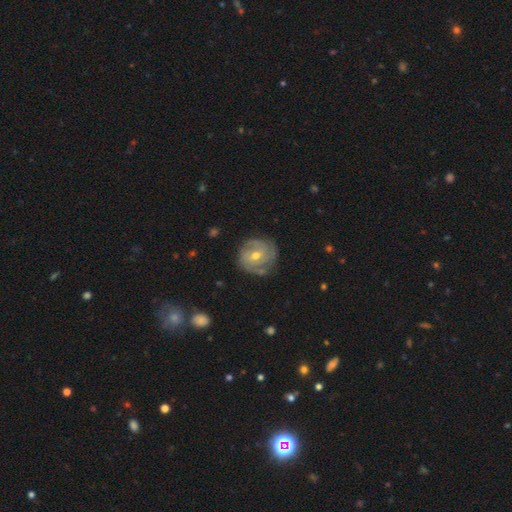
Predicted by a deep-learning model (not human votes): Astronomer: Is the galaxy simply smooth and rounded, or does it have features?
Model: featured or disk — 81%.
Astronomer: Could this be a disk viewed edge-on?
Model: no — 98%.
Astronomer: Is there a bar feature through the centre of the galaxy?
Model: no — 47% (runner-up: weak, 42%).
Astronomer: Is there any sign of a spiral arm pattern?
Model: yes — 93%.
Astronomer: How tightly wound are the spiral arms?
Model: tight — 65%.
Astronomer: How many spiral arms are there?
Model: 3 — 31% (runner-up: 2, 29%).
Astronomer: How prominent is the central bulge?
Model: moderate — 60% (runner-up: small, 37%).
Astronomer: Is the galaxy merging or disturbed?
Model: none — 77%.